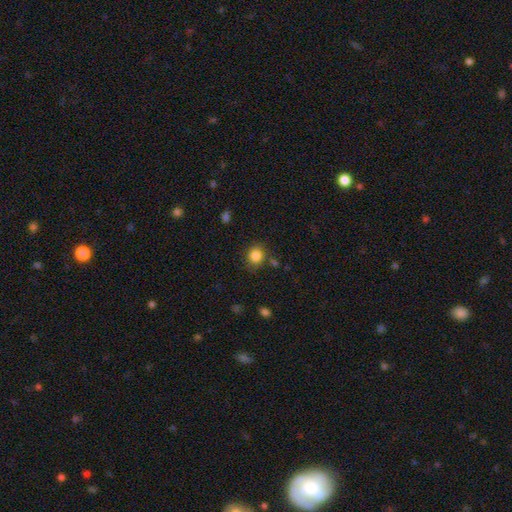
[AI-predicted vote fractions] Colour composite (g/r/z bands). It shows a smooth galaxy with no disk features (84%) that is round (81%). Merging: none (80%).